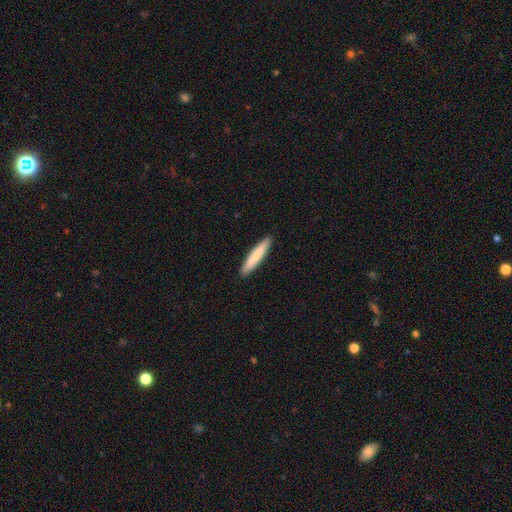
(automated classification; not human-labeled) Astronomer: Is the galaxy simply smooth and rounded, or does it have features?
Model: smooth — 82%.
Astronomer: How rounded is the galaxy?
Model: cigar-shaped — 92%.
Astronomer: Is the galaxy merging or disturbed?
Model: none — 92%.